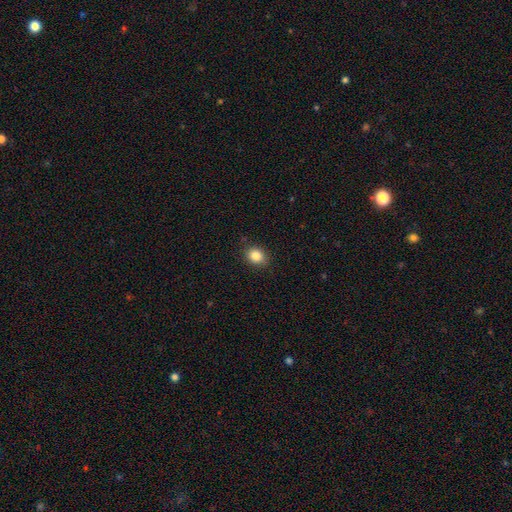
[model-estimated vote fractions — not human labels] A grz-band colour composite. It shows a smooth galaxy with no disk features (85%) that is round (57%). Merging: none (87%).